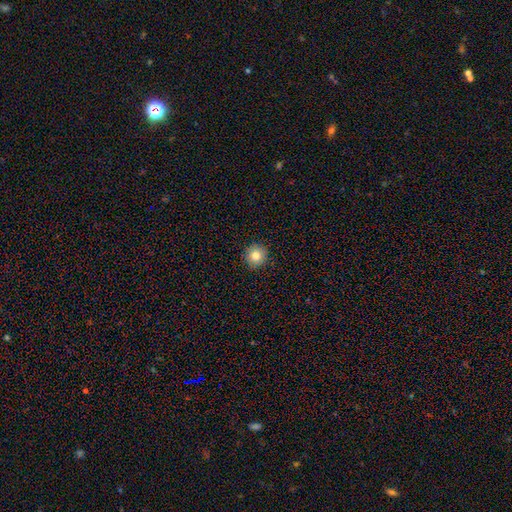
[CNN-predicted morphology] This appears to be a smooth galaxy with no disk features (81%) that is round (95%). Merging: none (92%).